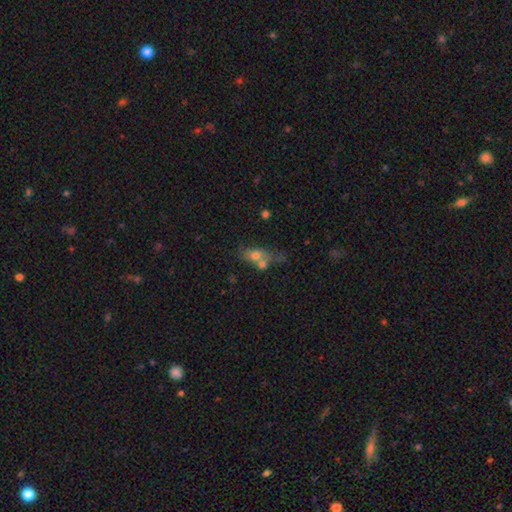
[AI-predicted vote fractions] A smooth galaxy with no disk features (64%) that is in between round and cigar-shaped (65%).

Vote fractions:
- Smooth or featured? smooth: 64% / featured or disk: 25% / star or artifact: 11%
- How rounded? in between: 65% / round: 28% / cigar-shaped: 7%
- Merging? merger: 53% / none: 25% / minor disturbance: 12% / major disturbance: 10%